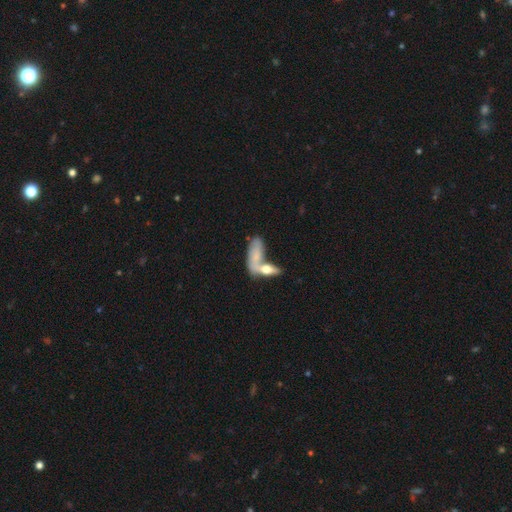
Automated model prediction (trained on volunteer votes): A smooth galaxy with no disk features (63%) that is in between round and cigar-shaped (72%).

Vote fractions:
- Smooth or featured? smooth: 63% / featured or disk: 30% / star or artifact: 7%
- How rounded? in between: 72% / cigar-shaped: 24% / round: 3%
- Merging? merger: 56% / none: 26% / minor disturbance: 11% / major disturbance: 7%